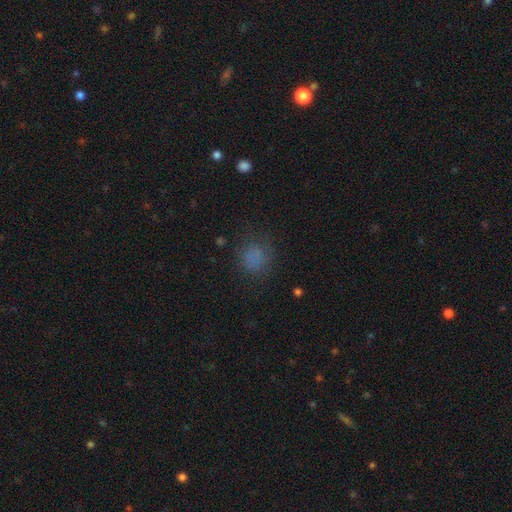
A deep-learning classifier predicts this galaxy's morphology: Smooth or featured? Predicted: smooth (p=0.73). How rounded? Predicted: round (p=0.83). Merging? Predicted: none (p=0.78).